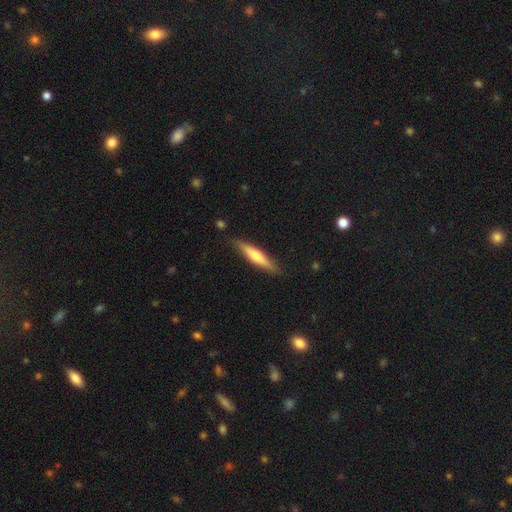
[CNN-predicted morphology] type=smooth (53%); roundness=cigar-shaped (88%); merging=none (87%).